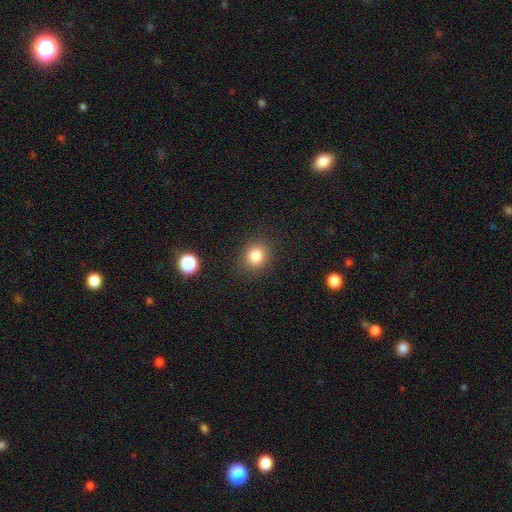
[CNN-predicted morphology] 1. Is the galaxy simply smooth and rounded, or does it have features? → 83% smooth, 11% star or artifact, 6% featured or disk.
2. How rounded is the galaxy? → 73% round, 26% in between, 1% cigar-shaped.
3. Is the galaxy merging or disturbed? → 87% none, 9% minor disturbance, 3% major disturbance, 2% merger.